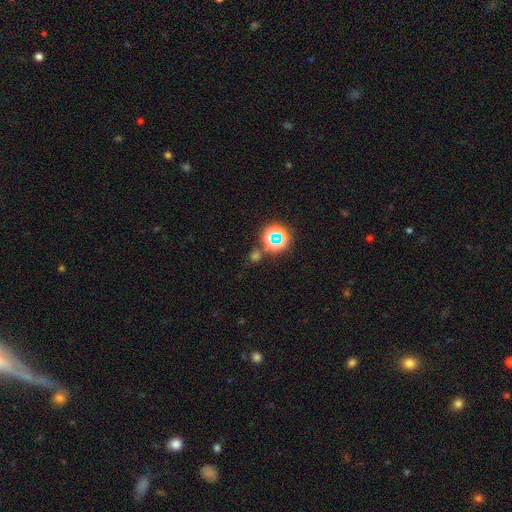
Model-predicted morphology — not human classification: type=star or artifact (58%).